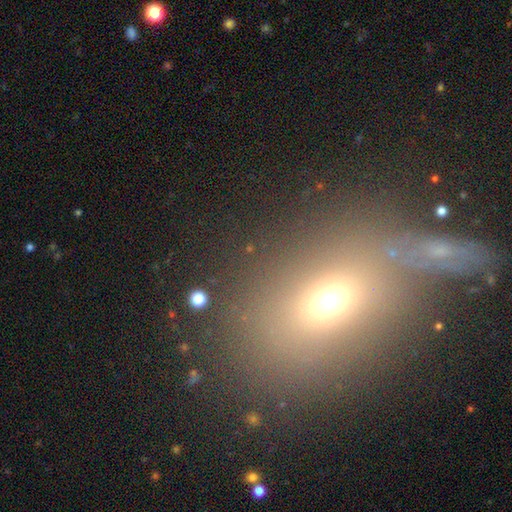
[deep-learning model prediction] This appears to be a smooth galaxy with no disk features (57%) that is in between round and cigar-shaped (61%). Merging: none (62%).